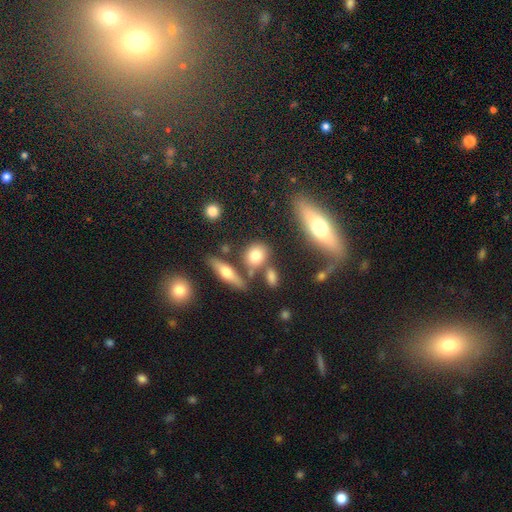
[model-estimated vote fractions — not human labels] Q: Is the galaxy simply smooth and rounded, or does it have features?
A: smooth — 75%.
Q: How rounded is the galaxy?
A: round — 59%.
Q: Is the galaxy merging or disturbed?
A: none — 68%.